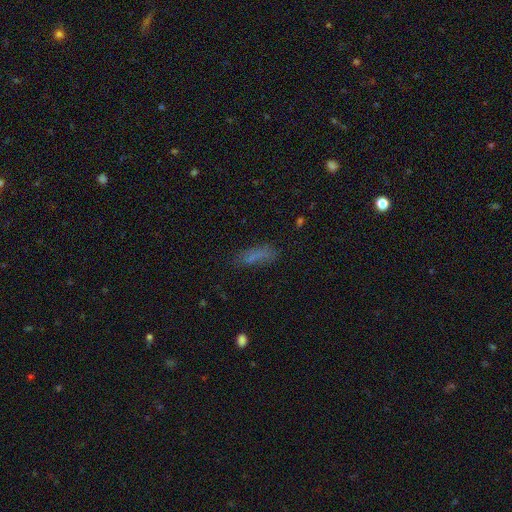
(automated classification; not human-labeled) Smooth or featured? Predicted: smooth (p=0.71). How rounded? Predicted: cigar-shaped (p=0.53). Merging? Predicted: none (p=0.62).